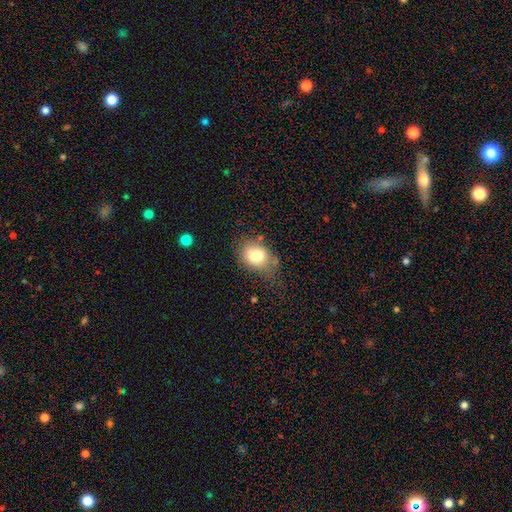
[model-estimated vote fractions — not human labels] A smooth galaxy with no disk features (79%) that is in between round and cigar-shaped (57%). Merging: none (48%).